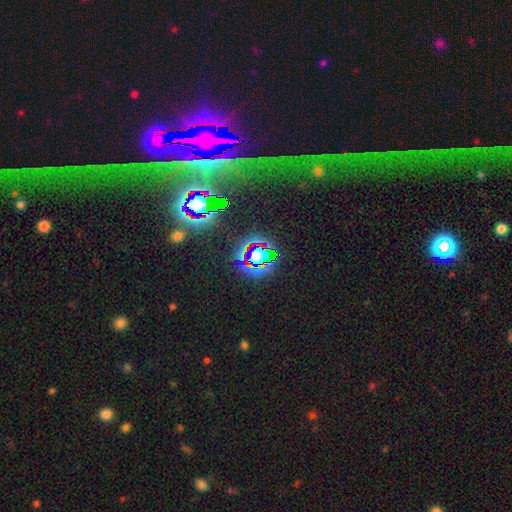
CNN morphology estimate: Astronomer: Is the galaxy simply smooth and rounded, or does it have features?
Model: star or artifact — 67%.